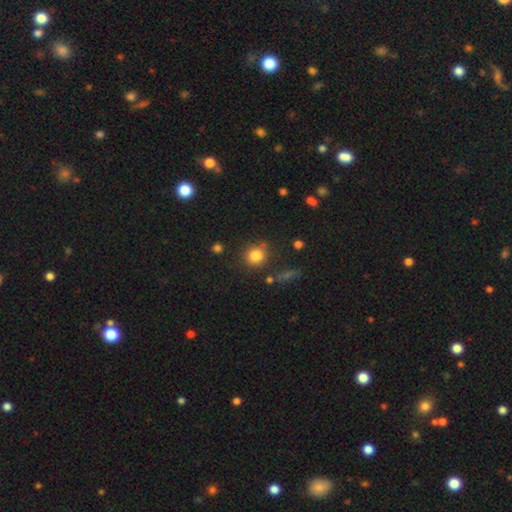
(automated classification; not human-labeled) This appears to be a smooth galaxy with no disk features (83%) that is round (84%). Merging: none (78%).